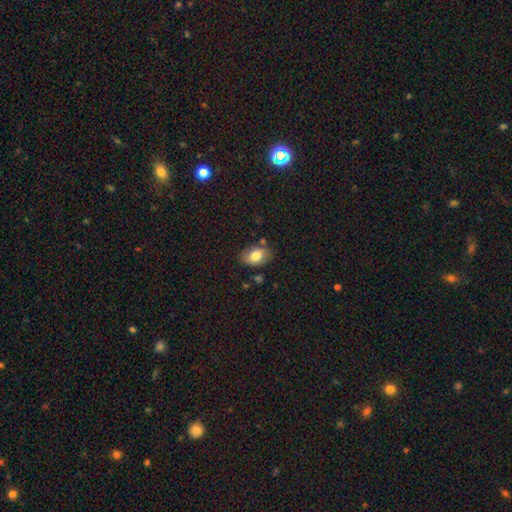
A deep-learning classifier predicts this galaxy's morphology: This appears to be a smooth galaxy with no disk features (80%) that is in between round and cigar-shaped (86%). Merging: none (77%).